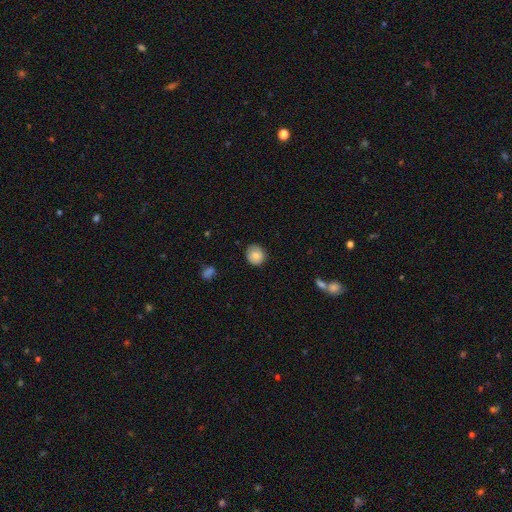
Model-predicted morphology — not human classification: A smooth galaxy with no disk features (79%) that is round (79%).

Vote fractions:
- Smooth or featured? smooth: 79% / featured or disk: 14% / star or artifact: 8%
- How rounded? round: 79% / in between: 20% / cigar-shaped: 1%
- Merging? none: 82% / minor disturbance: 14% / major disturbance: 3% / merger: 1%